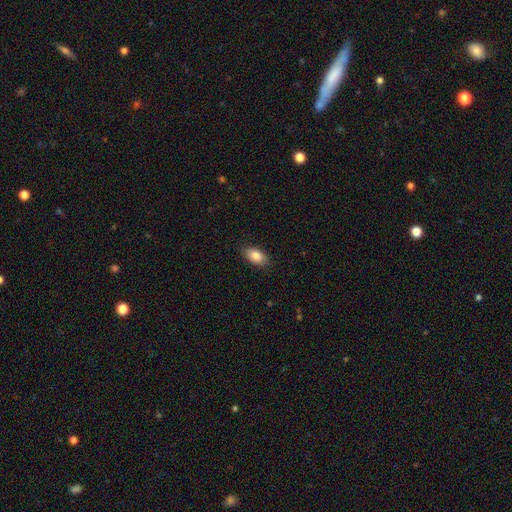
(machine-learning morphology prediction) This is clearly a smooth galaxy (84%). How rounded: clearly in between (91%). Merging: clearly none (86%).